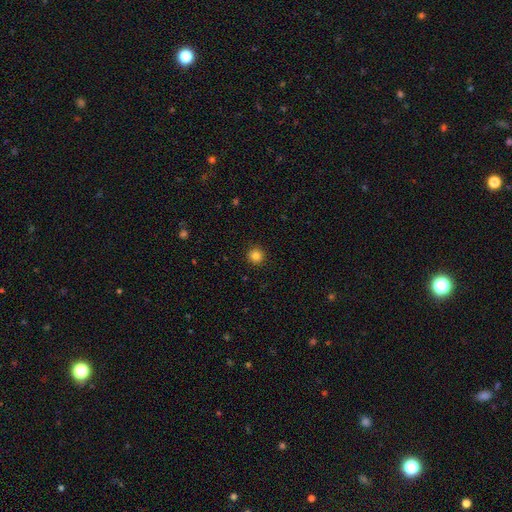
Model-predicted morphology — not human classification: Smooth or featured? Predicted: smooth (p=0.84). How rounded? Predicted: round (p=0.96). Merging? Predicted: none (p=0.93).